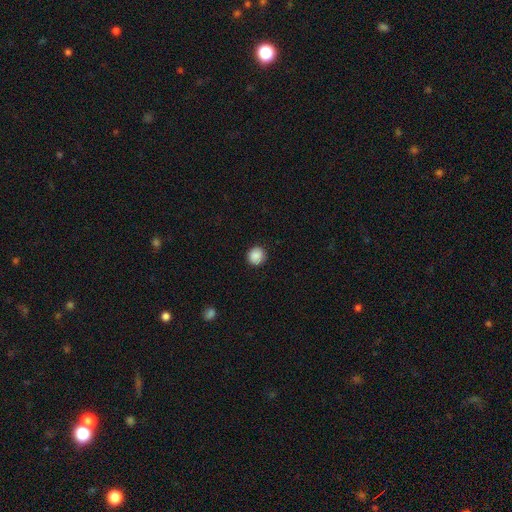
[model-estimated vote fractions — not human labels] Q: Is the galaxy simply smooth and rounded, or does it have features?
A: smooth — 89%.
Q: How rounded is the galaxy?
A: round — 91%.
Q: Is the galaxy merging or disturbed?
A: none — 91%.